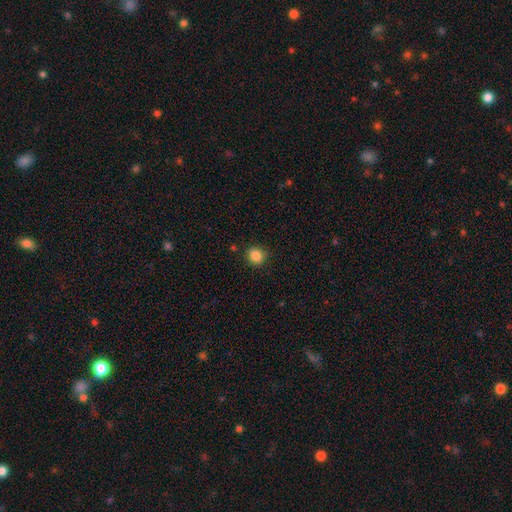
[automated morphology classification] Smooth or featured: smooth — 85% (star or artifact — 11%)
How rounded: round — 87% (in between — 12%)
Merging: none — 87% (minor disturbance — 9%)